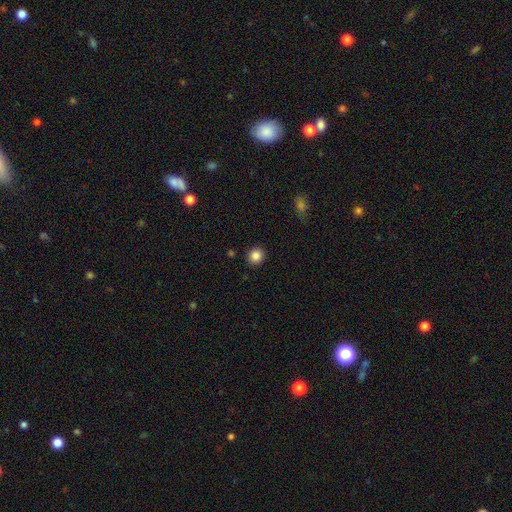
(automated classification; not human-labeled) Q: Smooth or featured?
A: smooth (86%); runner-up: star or artifact (10%)
Q: How rounded?
A: round (88%); runner-up: in between (11%)
Q: Merging?
A: none (91%); runner-up: minor disturbance (6%)